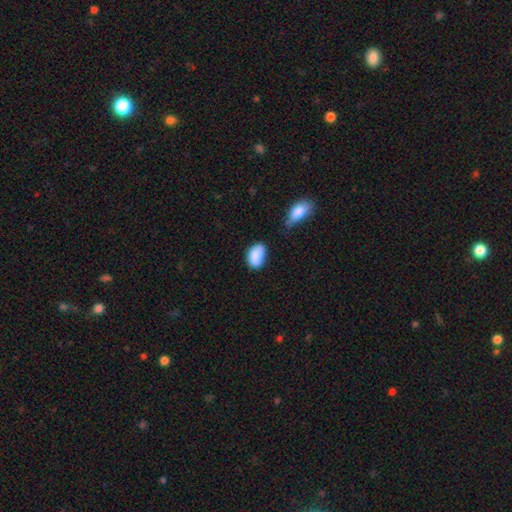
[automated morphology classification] Smooth or featured? smooth (86%)
How rounded? in between (89%)
Merging? none (55%)